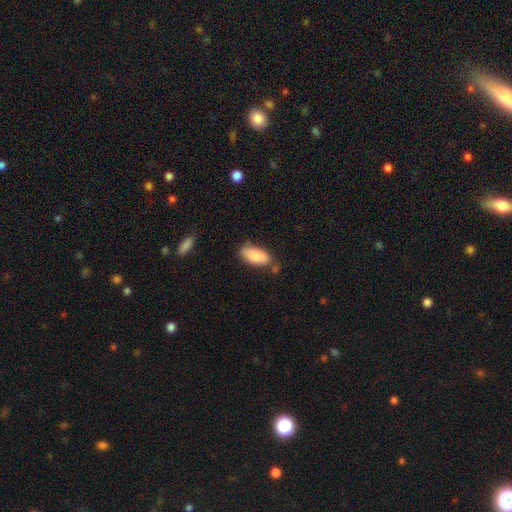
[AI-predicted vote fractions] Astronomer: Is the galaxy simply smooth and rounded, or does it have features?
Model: smooth — 86%.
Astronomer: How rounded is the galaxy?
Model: in between — 87%.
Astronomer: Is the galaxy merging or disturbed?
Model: none — 71%.